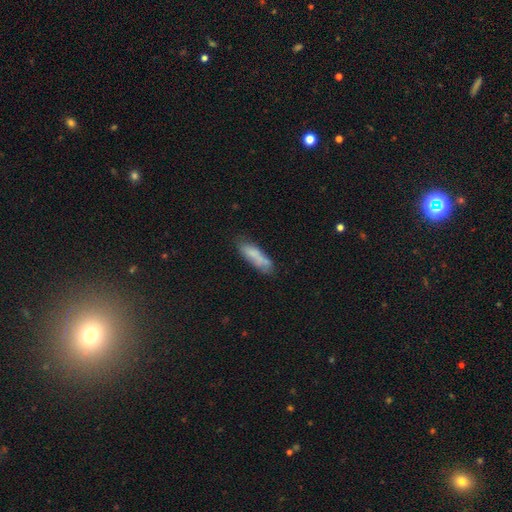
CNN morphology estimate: smooth_or_featured: smooth (p=0.73) [alt: featured or disk p=0.19]
how_rounded: cigar-shaped (p=0.54) [alt: in between p=0.44]
merging: none (p=0.59) [alt: minor disturbance p=0.24]